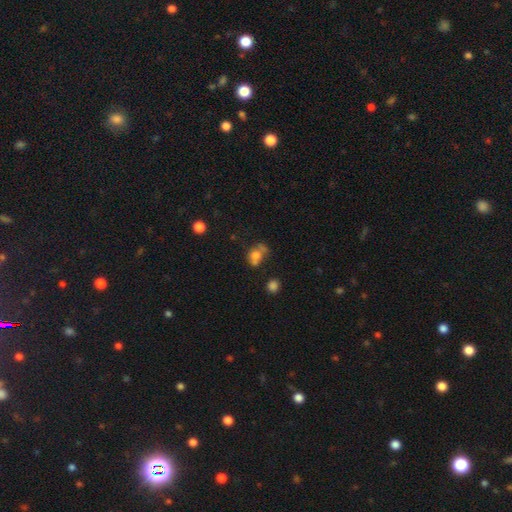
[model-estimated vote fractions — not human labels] Morphology: type=smooth (66%); roundness=in between (51%); merging=none (35%).